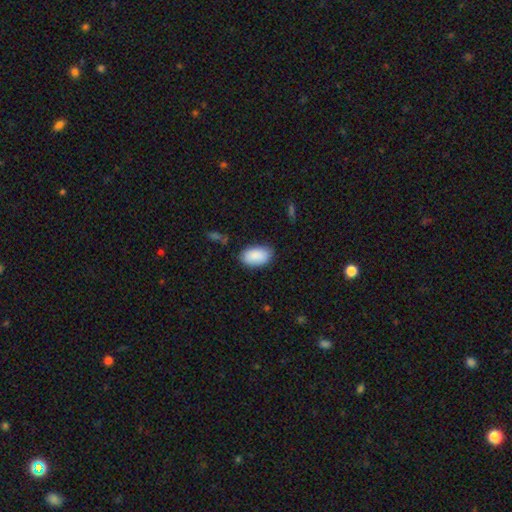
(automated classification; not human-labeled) smooth-or-featured: smooth: 90% | star or artifact: 6% | featured or disk: 4%
  how-rounded: in between: 94% | round: 5% | cigar-shaped: 1%
  merging: none: 83% | minor disturbance: 13% | major disturbance: 3% | merger: 1%